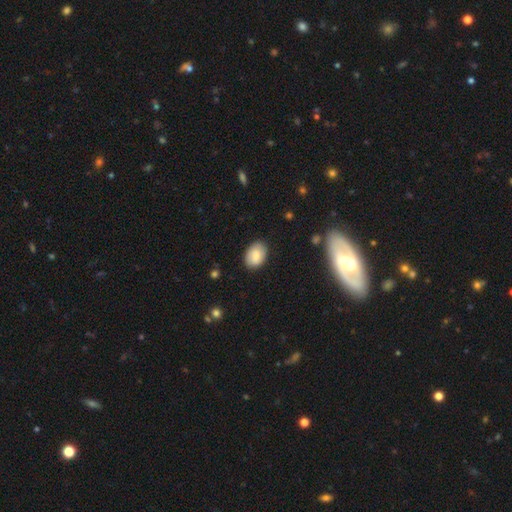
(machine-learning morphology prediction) smooth-or-featured: smooth: 81% | featured or disk: 12% | star or artifact: 7%
  how-rounded: in between: 79% | round: 20% | cigar-shaped: 1%
  merging: none: 83% | minor disturbance: 13% | major disturbance: 3% | merger: 1%